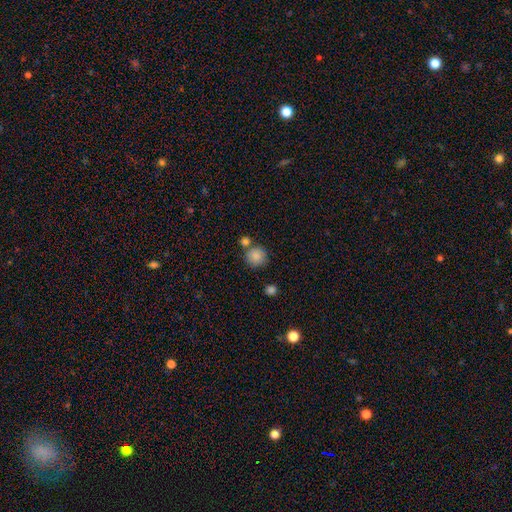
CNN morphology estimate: smooth_or_featured: smooth (p=0.86) [alt: star or artifact p=0.09]
how_rounded: round (p=0.92) [alt: in between p=0.07]
merging: none (p=0.71) [alt: merger p=0.16]